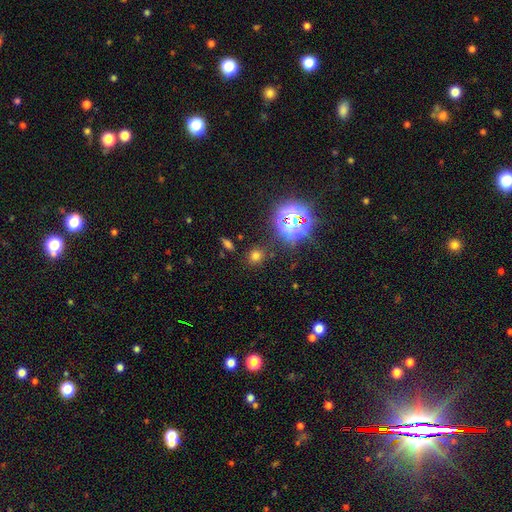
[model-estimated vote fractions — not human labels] Smooth or featured?
  - smooth: 64% *
  - star or artifact: 29%
  - featured or disk: 7%
How rounded?
  - round: 77% *
  - in between: 21%
  - cigar-shaped: 2%
Merging?
  - none: 83% *
  - minor disturbance: 9%
  - merger: 4%
  - major disturbance: 3%